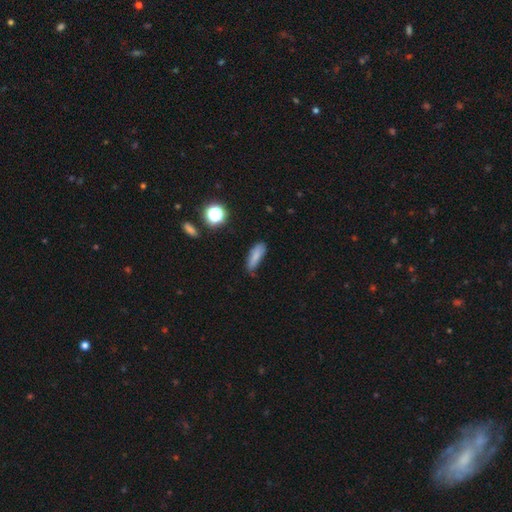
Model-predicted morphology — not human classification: Q: Smooth or featured?
A: smooth (78%); runner-up: featured or disk (12%)
Q: How rounded?
A: in between (51%); runner-up: cigar-shaped (45%)
Q: Merging?
A: none (60%); runner-up: minor disturbance (30%)